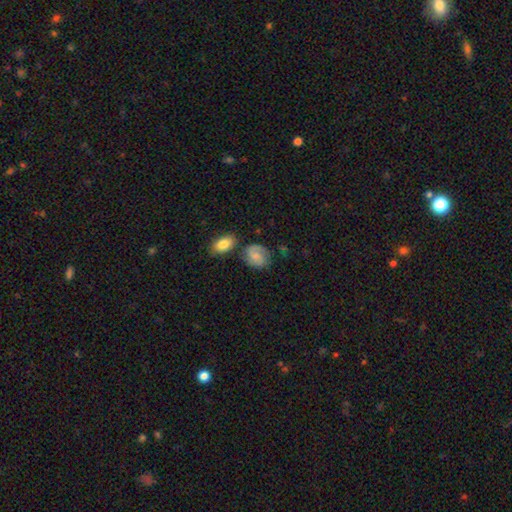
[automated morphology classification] Smooth or featured?
  - smooth: 52% *
  - featured or disk: 40%
  - star or artifact: 8%
How rounded?
  - round: 49% * (tied)
  - in between: 49% * (tied)
  - cigar-shaped: 1%
Merging?
  - none: 61% *
  - minor disturbance: 22%
  - merger: 9%
  - major disturbance: 9%